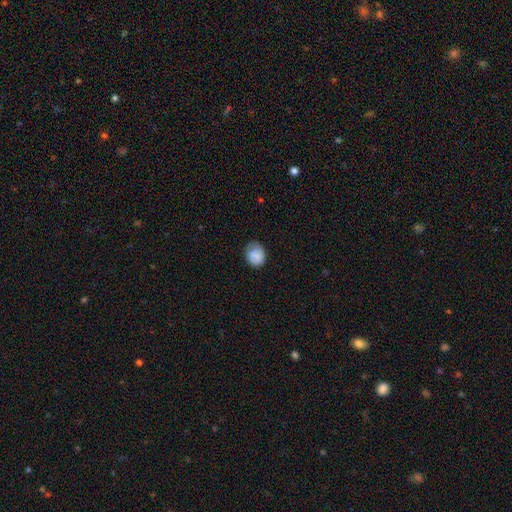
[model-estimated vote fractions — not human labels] smooth 82%, featured or disk 10%, star or artifact 8%. Down the decision tree: how rounded — round (58%); merging — none (63%).